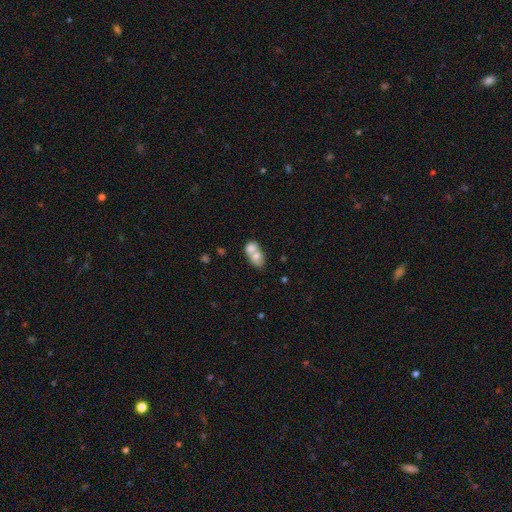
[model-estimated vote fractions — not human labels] A smooth galaxy with no disk features (70%) that is in between round and cigar-shaped (72%).

Vote fractions:
- Smooth or featured? smooth: 70% / featured or disk: 22% / star or artifact: 8%
- How rounded? in between: 72% / round: 26% / cigar-shaped: 2%
- Merging? merger: 73% / none: 17% / minor disturbance: 6% / major disturbance: 4%